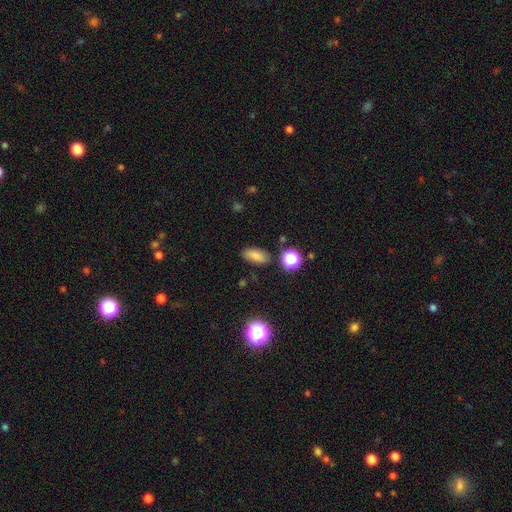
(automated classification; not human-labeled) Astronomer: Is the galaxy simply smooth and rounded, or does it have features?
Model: smooth — 79%.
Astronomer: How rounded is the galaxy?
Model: in between — 85%.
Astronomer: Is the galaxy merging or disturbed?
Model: none — 82%.